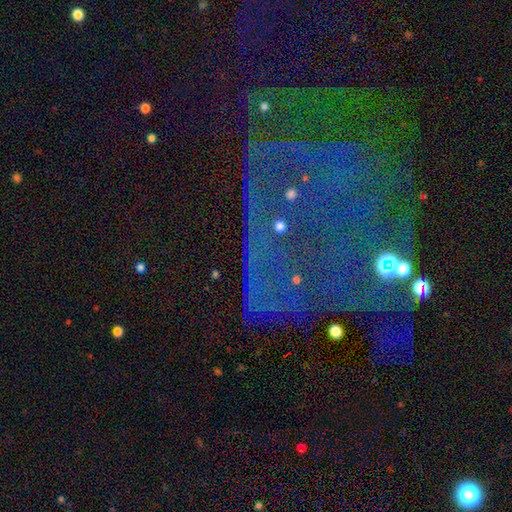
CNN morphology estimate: Smooth or featured?
  - star or artifact: 73% *
  - featured or disk: 15%
  - smooth: 12%